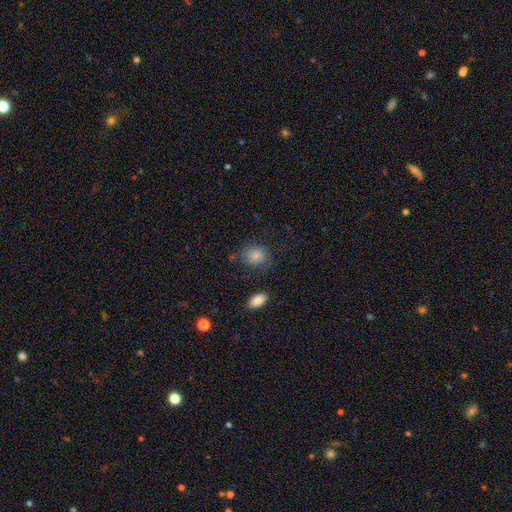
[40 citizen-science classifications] Volunteers were most divided on "how rounded": round: 57%, in between: 43%, cigar-shaped: 0%. More confident: smooth or featured — smooth (92%); merging — none (79%).